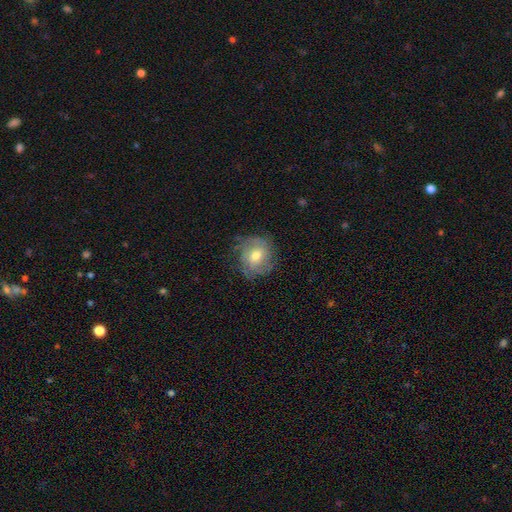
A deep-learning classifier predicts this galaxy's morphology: A featured or disk galaxy (52%). Merging: none (70%).